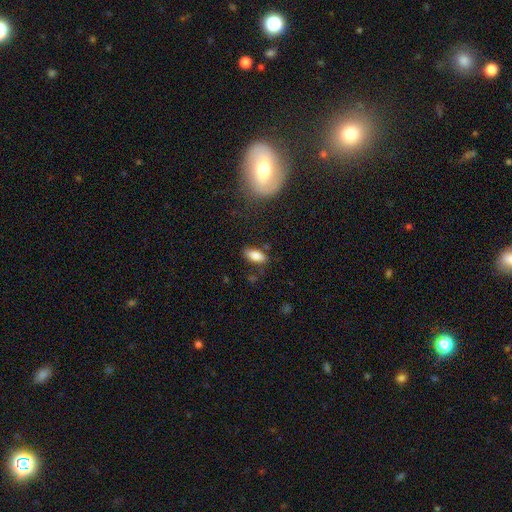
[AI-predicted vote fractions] Smooth or featured?
  - smooth: 82% *
  - featured or disk: 10%
  - star or artifact: 8%
How rounded?
  - in between: 85% *
  - cigar-shaped: 13%
  - round: 3%
Merging?
  - none: 76% *
  - minor disturbance: 16%
  - major disturbance: 4%
  - merger: 3%